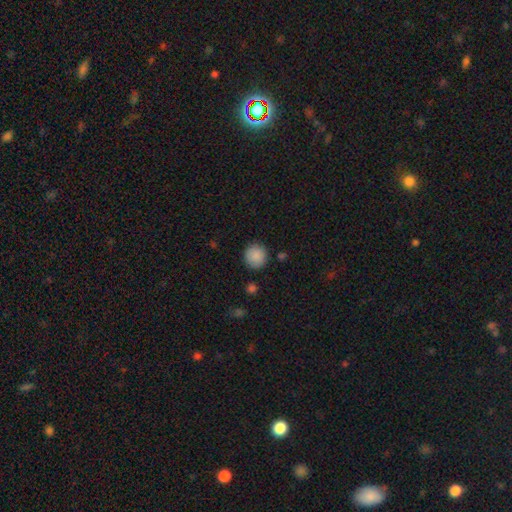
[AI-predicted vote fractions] The model was most divided on "merging": none: 87%, minor disturbance: 9%, major disturbance: 2%, merger: 2%. More confident: how rounded — round (92%); smooth or featured — smooth (89%).